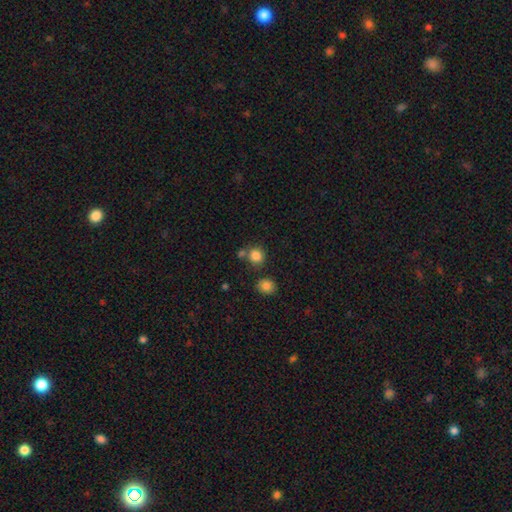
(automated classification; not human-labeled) smooth-or-featured: smooth: 83% | star or artifact: 12% | featured or disk: 5%
  how-rounded: round: 87% | in between: 12% | cigar-shaped: 1%
  merging: none: 70% | merger: 17% | minor disturbance: 10% | major disturbance: 4%